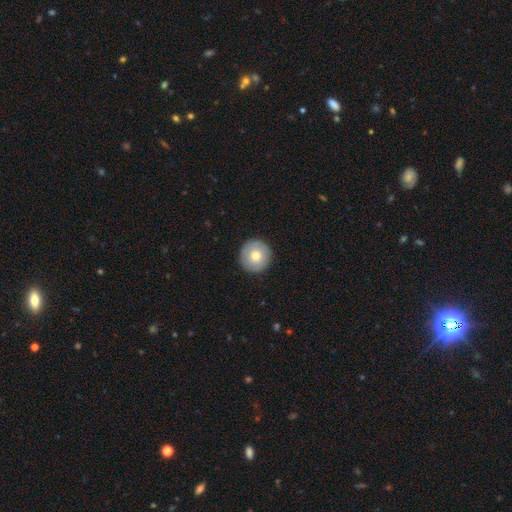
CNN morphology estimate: Smooth or featured? Predicted: smooth (p=0.72). How rounded? Predicted: round (p=0.95). Merging? Predicted: none (p=0.91).